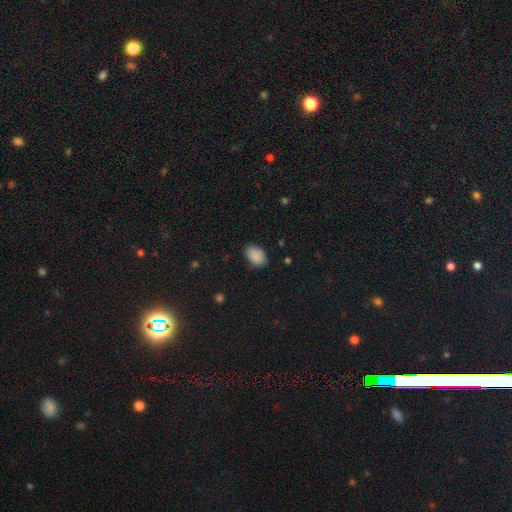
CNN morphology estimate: Smooth or featured? smooth (89%)
How rounded? in between (85%)
Merging? none (83%)